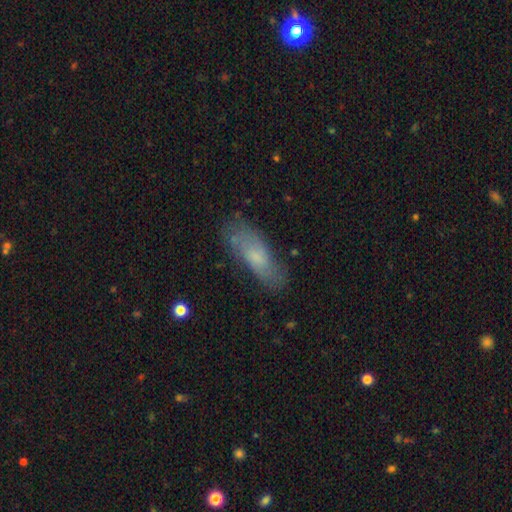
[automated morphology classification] This is possibly a smooth galaxy (59%). How rounded: possibly in between (60%). Merging: likely none (71%).